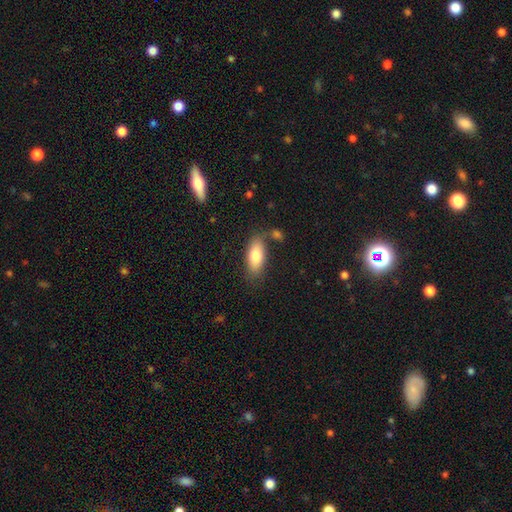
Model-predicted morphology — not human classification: Q: Smooth or featured?
A: smooth (81%); runner-up: featured or disk (13%)
Q: How rounded?
A: in between (84%); runner-up: cigar-shaped (14%)
Q: Merging?
A: none (74%); runner-up: minor disturbance (15%)